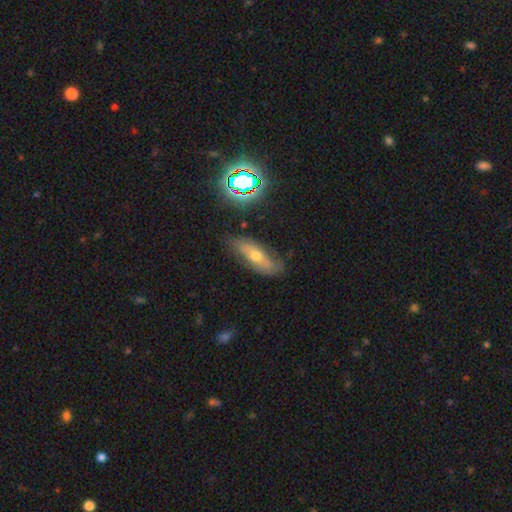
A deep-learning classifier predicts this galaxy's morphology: Q: Smooth or featured?
A: featured or disk (43%); runner-up: smooth (42%)
Q: Merging?
A: none (69%); runner-up: minor disturbance (22%)